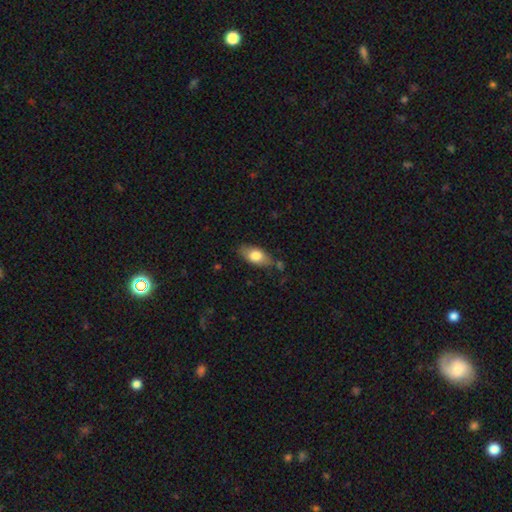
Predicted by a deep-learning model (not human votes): The model was most divided on "merging": none: 69%, minor disturbance: 21%, major disturbance: 5%, merger: 5%. More confident: how rounded — in between (88%); smooth or featured — smooth (76%).